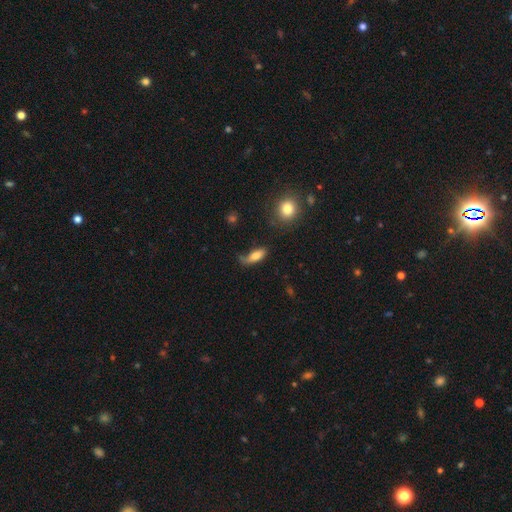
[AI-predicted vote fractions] Smooth or featured: smooth — 77% (featured or disk — 15%)
How rounded: in between — 70% (cigar-shaped — 26%)
Merging: none — 44% (minor disturbance — 30%)